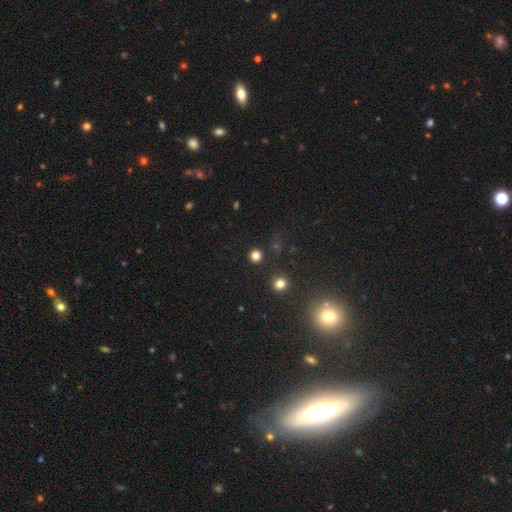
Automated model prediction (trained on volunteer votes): Smooth or featured? Predicted: smooth (p=0.78). How rounded? Predicted: round (p=0.93). Merging? Predicted: none (p=0.89).